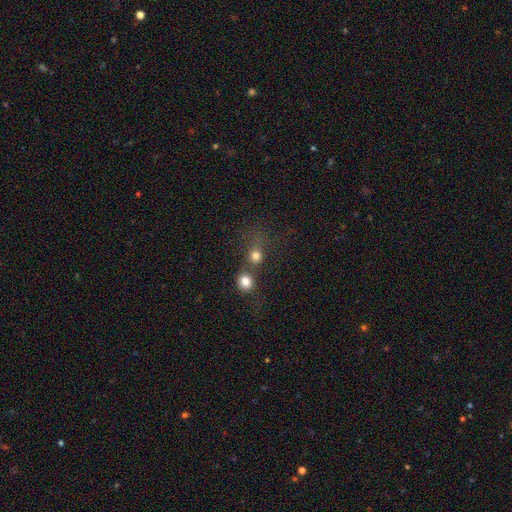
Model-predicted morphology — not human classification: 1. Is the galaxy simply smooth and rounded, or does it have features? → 76% smooth, 15% star or artifact, 9% featured or disk.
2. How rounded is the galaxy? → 84% round, 15% in between, 1% cigar-shaped.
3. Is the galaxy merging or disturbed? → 45% merger, 40% none, 8% minor disturbance, 7% major disturbance.